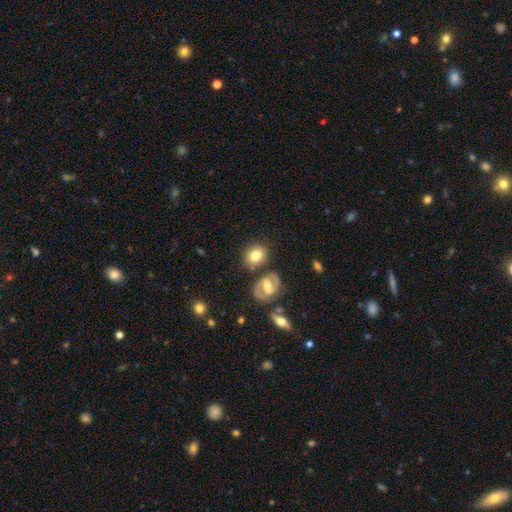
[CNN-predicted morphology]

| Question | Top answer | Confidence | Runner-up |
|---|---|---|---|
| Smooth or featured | smooth | 72% | featured or disk (19%) |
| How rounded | round | 55% | in between (43%) |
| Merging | none | 69% | merger (14%) |